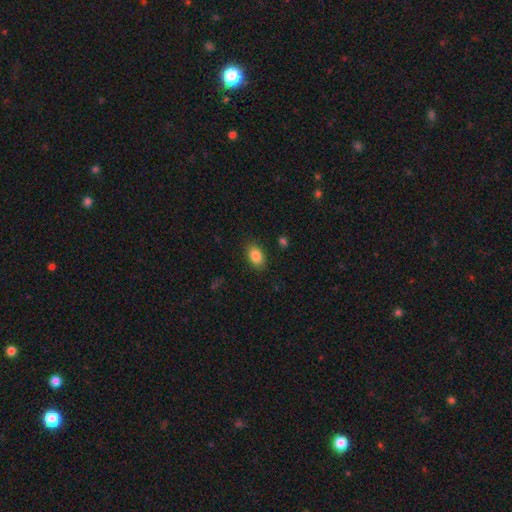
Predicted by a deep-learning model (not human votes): Smooth or featured? Predicted: smooth (p=0.86). How rounded? Predicted: in between (p=0.88). Merging? Predicted: none (p=0.86).